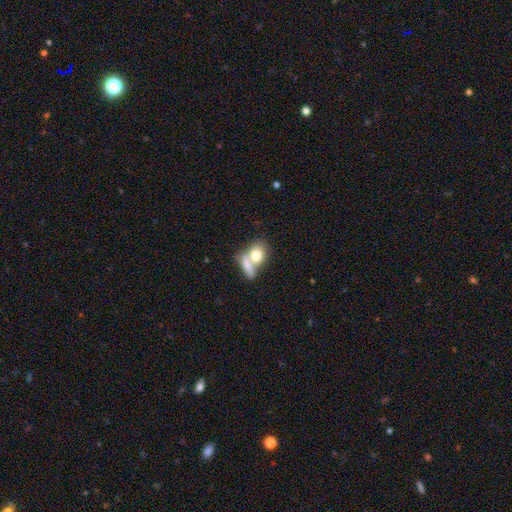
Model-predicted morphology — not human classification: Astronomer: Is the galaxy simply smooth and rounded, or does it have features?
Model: smooth — 76%.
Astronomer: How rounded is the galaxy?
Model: in between — 56% (runner-up: round, 39%).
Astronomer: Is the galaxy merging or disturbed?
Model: merger — 57%.